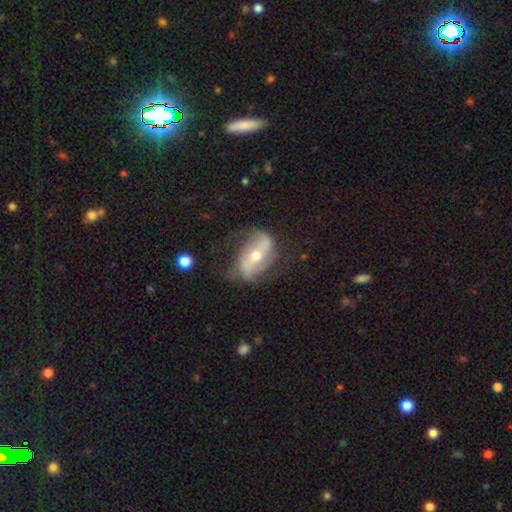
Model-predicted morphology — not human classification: Overall: featured or disk (79%). Edge-on disk: no (93%). Bar: strong (48%; weak 26%). Spiral arms: yes (87%). Spiral arm count: 2 (87%). Spiral winding: loose (61%; medium 27%). Bulge size: moderate (56%; small 40%). Merging: none (64%).